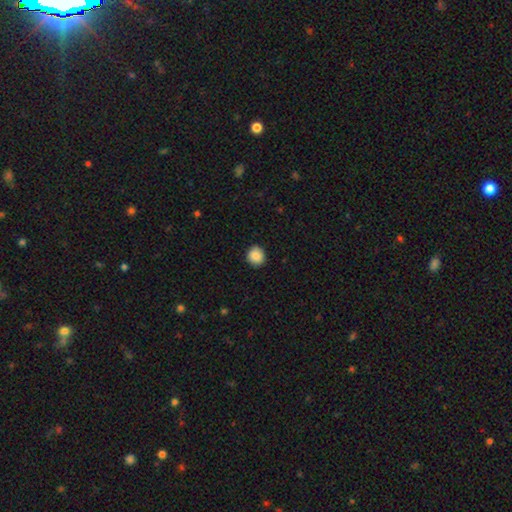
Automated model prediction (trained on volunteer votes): Smooth or featured? smooth (89%)
How rounded? round (86%)
Merging? none (90%)